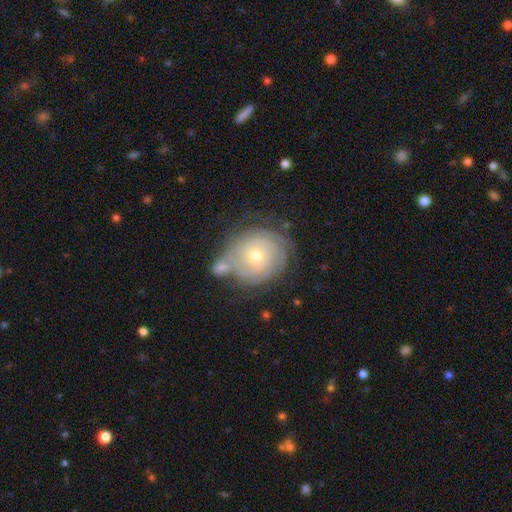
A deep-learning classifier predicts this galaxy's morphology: A featured or disk galaxy (79%) with no bar (81%), tight (85%) spiral arms (94%) and a small central bulge (58%).

Vote fractions:
- Smooth or featured? featured or disk: 79% / smooth: 14% / star or artifact: 7%
- Edge-on disk? no: 97% / yes: 3%
- Bar? no: 81% / weak: 16% / strong: 3%
- Spiral arms? yes: 94% / no: 6%
- Spiral winding? tight: 85% / medium: 12% / loose: 3%
- Spiral arm count? can't tell: 38% / 4: 20% / 3: 17% / 2: 11% / more than 4: 9% / 1: 6%
- Bulge size? small: 58% / moderate: 39% / large: 1% / none: 1% / dominant: 1%
- Merging? none: 63% / minor disturbance: 17% / merger: 13% / major disturbance: 7%